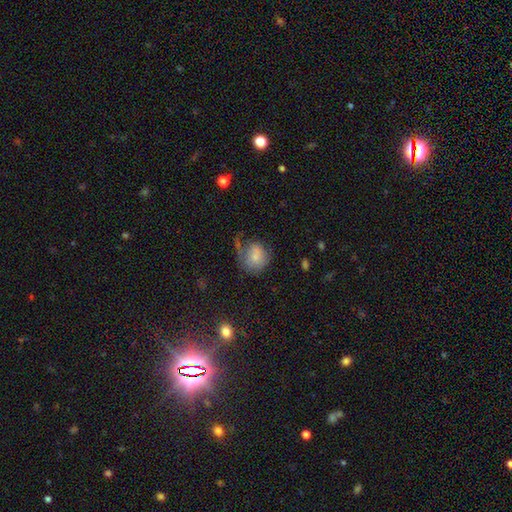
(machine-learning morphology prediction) This appears to be a smooth galaxy with no disk features (72%) that is round (71%). Merging: none (42%).